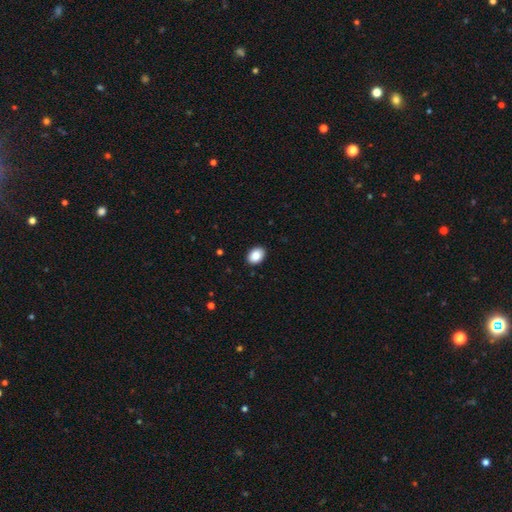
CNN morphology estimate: Q: Smooth or featured?
A: smooth (88%); runner-up: star or artifact (8%)
Q: How rounded?
A: in between (75%); runner-up: round (24%)
Q: Merging?
A: none (91%); runner-up: minor disturbance (7%)